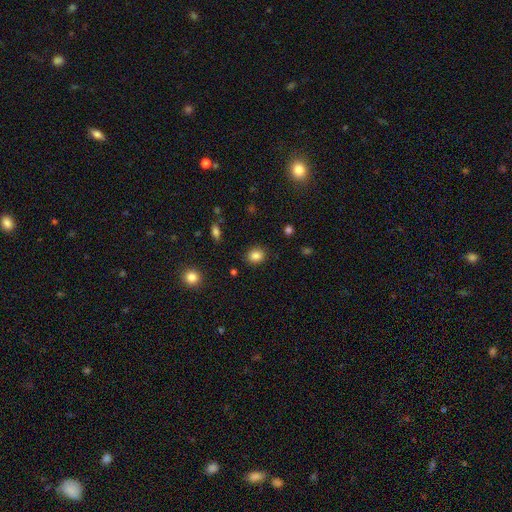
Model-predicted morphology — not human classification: A smooth galaxy with no disk features (85%) that is round (64%). Merging: none (89%).